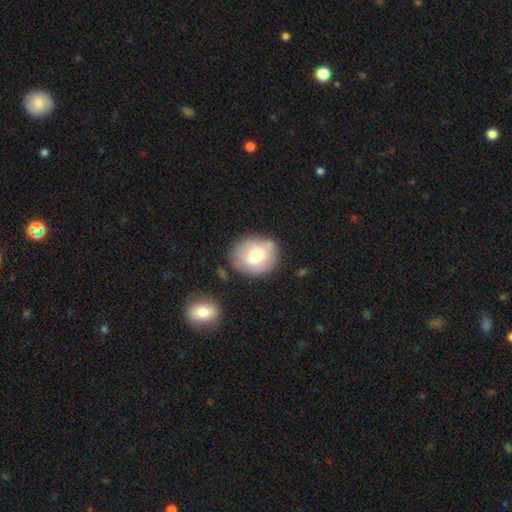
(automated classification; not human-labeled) smooth 65%, featured or disk 27%, star or artifact 8%. Down the decision tree: how rounded — round (67%); merging — none (71%).